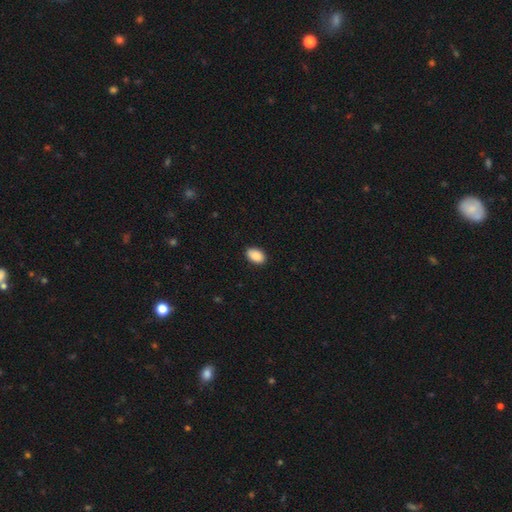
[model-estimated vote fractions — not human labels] Smooth or featured?
  - smooth: 90% *
  - star or artifact: 7%
  - featured or disk: 3%
How rounded?
  - in between: 91% *
  - round: 8%
  - cigar-shaped: 1%
Merging?
  - none: 88% *
  - minor disturbance: 9%
  - major disturbance: 2%
  - merger: 1%